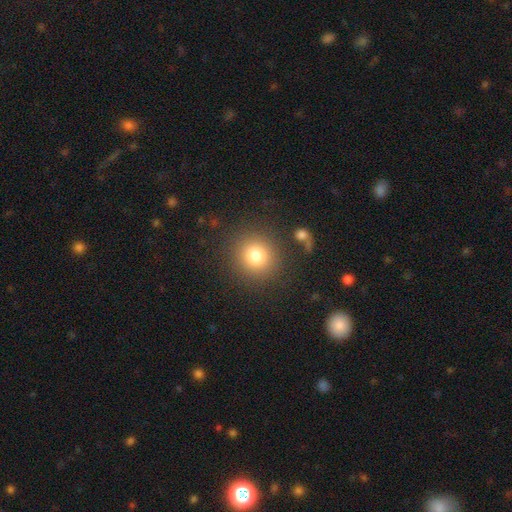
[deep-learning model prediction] A smooth galaxy with no disk features (80%) that is round (91%). Merging: none (85%).